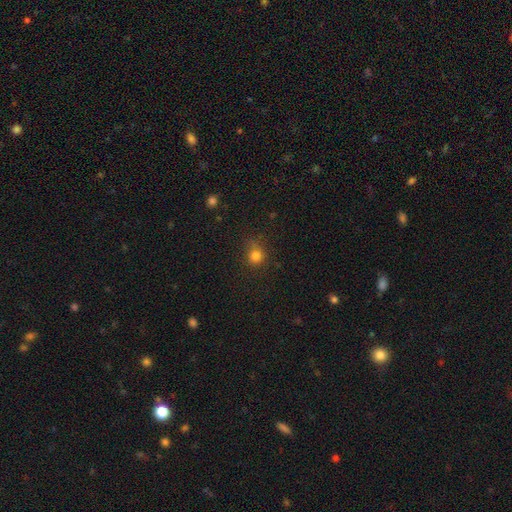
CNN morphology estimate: smooth_or_featured: smooth (p=0.80) [alt: star or artifact p=0.15]
how_rounded: round (p=0.82) [alt: in between p=0.17]
merging: none (p=0.73) [alt: minor disturbance p=0.19]